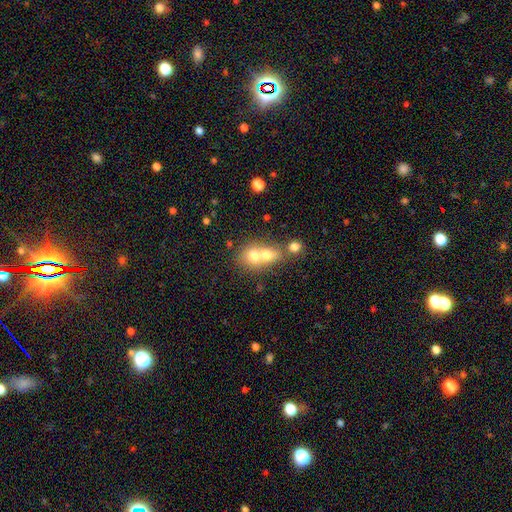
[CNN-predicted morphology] This is likely a smooth galaxy (67%). How rounded: likely round (61%). Merging: likely merger (70%).